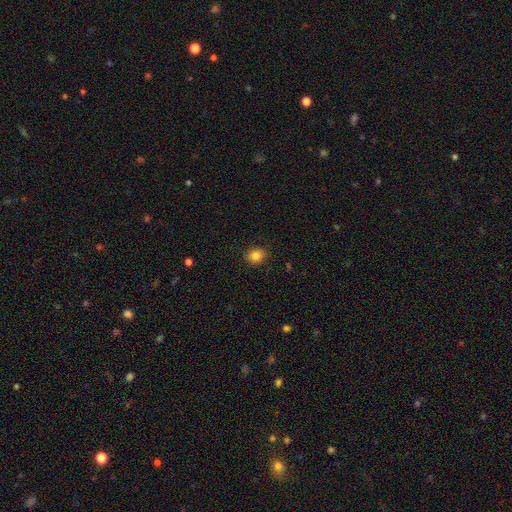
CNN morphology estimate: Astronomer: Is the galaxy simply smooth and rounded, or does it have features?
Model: smooth — 84%.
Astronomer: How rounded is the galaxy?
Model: round — 72%.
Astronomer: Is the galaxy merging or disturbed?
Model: none — 90%.